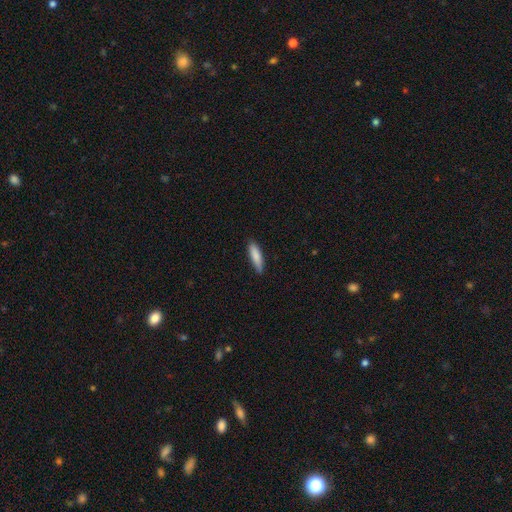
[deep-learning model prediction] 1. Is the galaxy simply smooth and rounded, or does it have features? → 85% smooth, 10% featured or disk, 6% star or artifact.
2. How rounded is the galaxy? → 68% cigar-shaped, 30% in between, 1% round.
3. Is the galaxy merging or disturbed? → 82% none, 15% minor disturbance, 2% major disturbance, 1% merger.